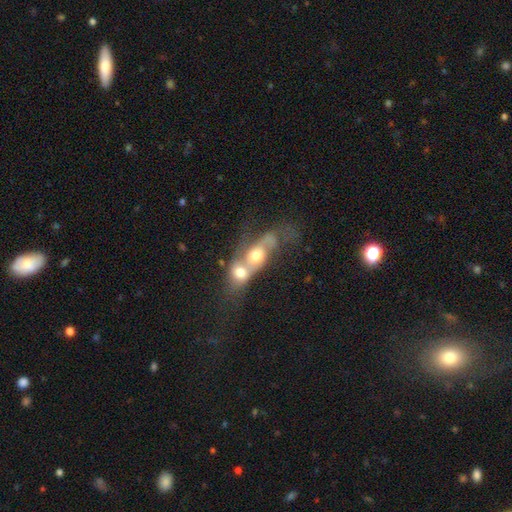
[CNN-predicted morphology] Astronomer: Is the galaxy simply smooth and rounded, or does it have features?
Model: featured or disk — 50% (runner-up: smooth, 40%).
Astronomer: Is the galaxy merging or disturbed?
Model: merger — 82%.